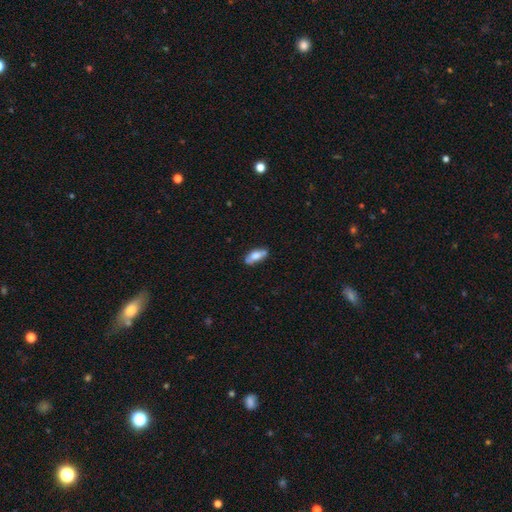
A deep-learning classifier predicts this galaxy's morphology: The model was most divided on "smooth or featured": smooth: 66%, featured or disk: 28%, star or artifact: 6%. More confident: merging — none (77%); how rounded — in between (75%).